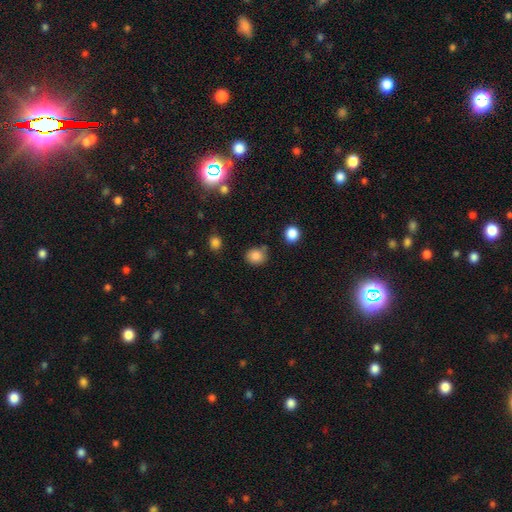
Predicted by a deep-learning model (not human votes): smooth 85%, star or artifact 11%, featured or disk 4%. Down the decision tree: how rounded — round (75%); merging — none (74%).